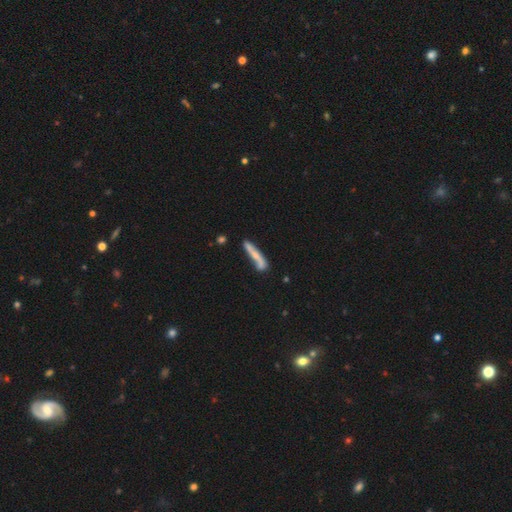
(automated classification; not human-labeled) A smooth galaxy with no disk features (54%) that is cigar-shaped (90%).

Vote fractions:
- Smooth or featured? smooth: 54% / featured or disk: 39% / star or artifact: 7%
- How rounded? cigar-shaped: 90% / in between: 8% / round: 2%
- Merging? none: 55% / minor disturbance: 23% / merger: 12% / major disturbance: 9%